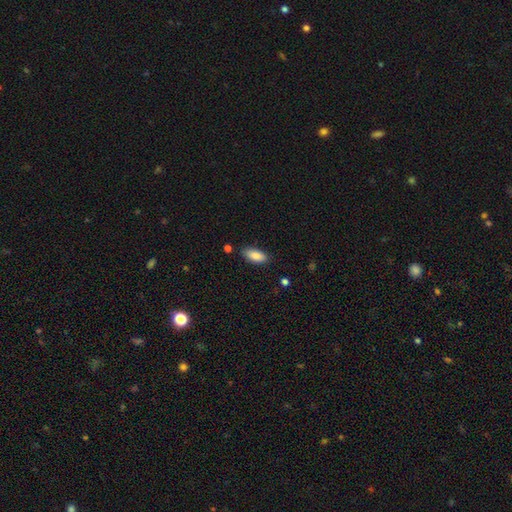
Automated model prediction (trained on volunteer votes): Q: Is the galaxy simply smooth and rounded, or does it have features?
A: smooth — 86%.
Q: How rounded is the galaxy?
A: in between — 87%.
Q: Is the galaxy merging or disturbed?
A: none — 84%.